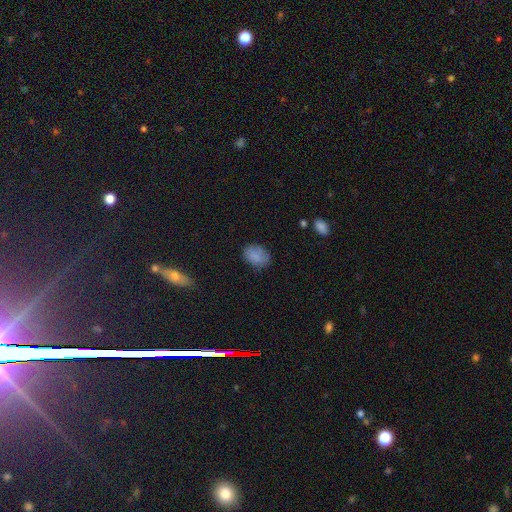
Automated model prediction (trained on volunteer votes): smooth-or-featured: smooth: 84% | star or artifact: 9% | featured or disk: 7%
  how-rounded: in between: 74% | round: 25% | cigar-shaped: 1%
  merging: none: 74% | minor disturbance: 20% | major disturbance: 5% | merger: 2%